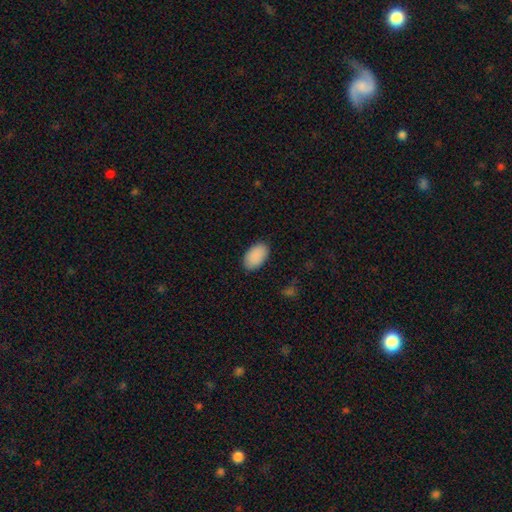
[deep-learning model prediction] smooth 91%, star or artifact 7%, featured or disk 3%. Down the decision tree: how rounded — in between (94%); merging — none (87%).